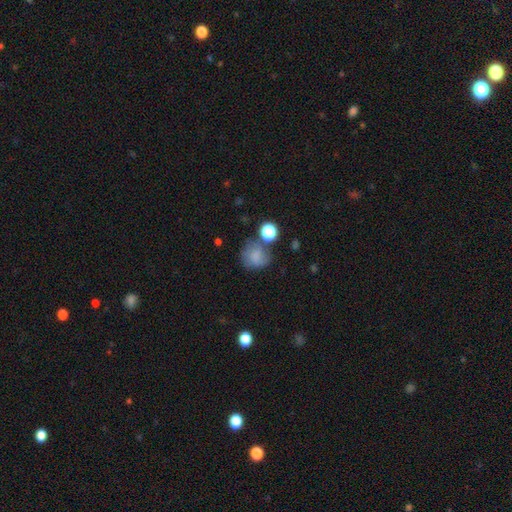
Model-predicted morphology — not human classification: Q: Smooth or featured?
A: smooth (74%); runner-up: featured or disk (14%)
Q: How rounded?
A: round (74%); runner-up: in between (25%)
Q: Merging?
A: none (53%); runner-up: minor disturbance (23%)